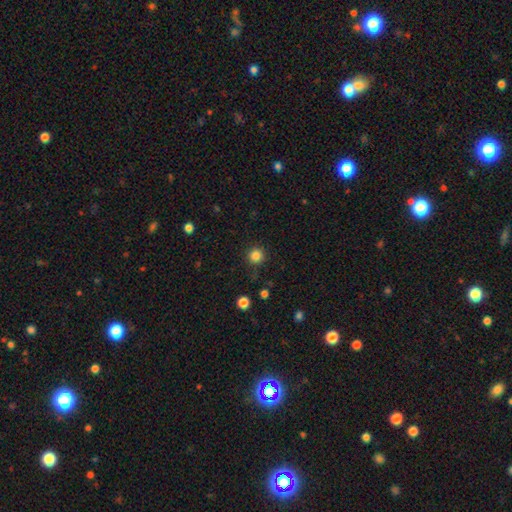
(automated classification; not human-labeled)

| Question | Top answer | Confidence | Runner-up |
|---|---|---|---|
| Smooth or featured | smooth | 83% | star or artifact (12%) |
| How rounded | round | 95% | in between (4%) |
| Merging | none | 89% | minor disturbance (7%) |